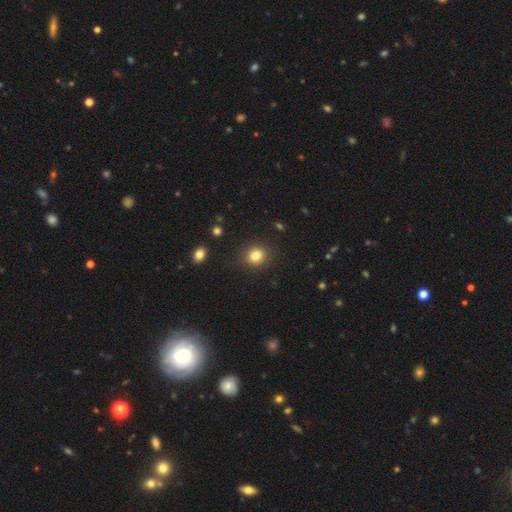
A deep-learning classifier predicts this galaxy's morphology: Smooth or featured?
  - smooth: 82% *
  - star or artifact: 12%
  - featured or disk: 6%
How rounded?
  - round: 83% *
  - in between: 16%
  - cigar-shaped: 1%
Merging?
  - none: 89% *
  - minor disturbance: 7%
  - major disturbance: 2%
  - merger: 1%